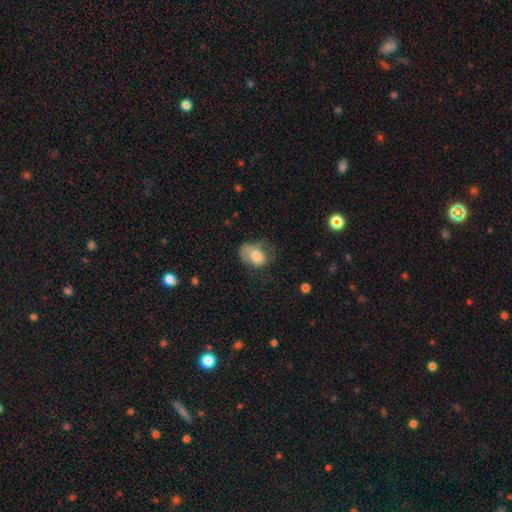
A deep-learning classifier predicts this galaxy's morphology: Smooth or featured? smooth (67%)
How rounded? in between (66%)
Merging? major disturbance (34%)